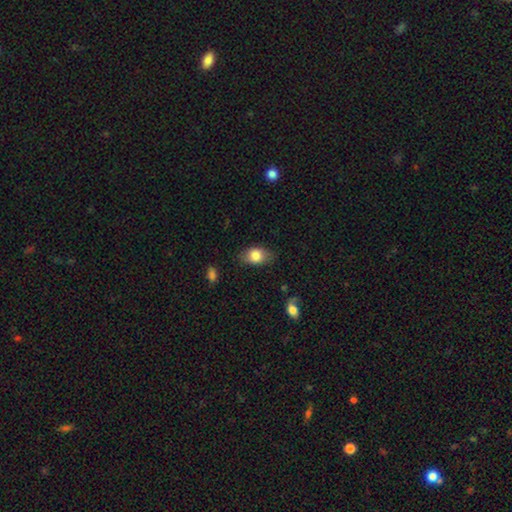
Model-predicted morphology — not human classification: Smooth or featured? Predicted: smooth (p=0.81). How rounded? Predicted: in between (p=0.82). Merging? Predicted: none (p=0.77).